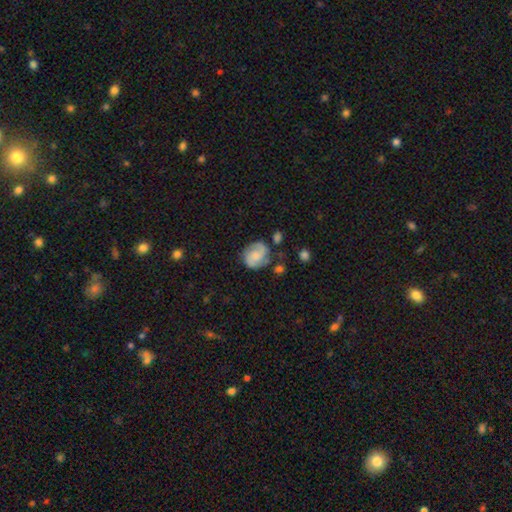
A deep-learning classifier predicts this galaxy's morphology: A featured or disk galaxy (57%) with no bar (60%), spiral arms (89%) and no central bulge (33%).

Vote fractions:
- Smooth or featured? featured or disk: 57% / smooth: 35% / star or artifact: 8%
- Edge-on disk? no: 98% / yes: 2%
- Bar? no: 60% / weak: 33% / strong: 7%
- Spiral arms? yes: 89% / no: 11%
- Bulge size? none: 33% / small: 27% / moderate: 26% / large: 12% / dominant: 3%
- Merging? none: 65% / minor disturbance: 21% / major disturbance: 8% / merger: 6%